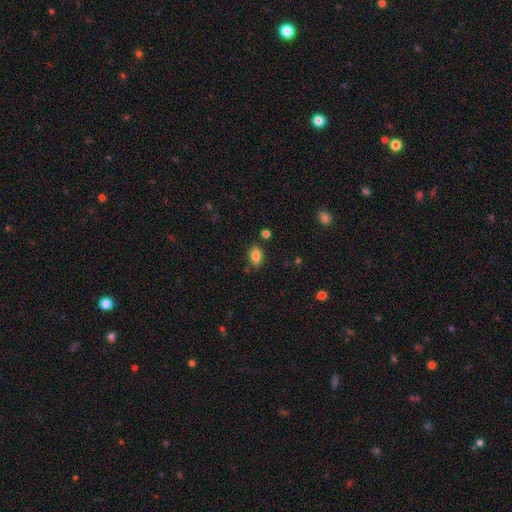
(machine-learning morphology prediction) Smooth or featured? smooth (84%)
How rounded? in between (85%)
Merging? none (81%)